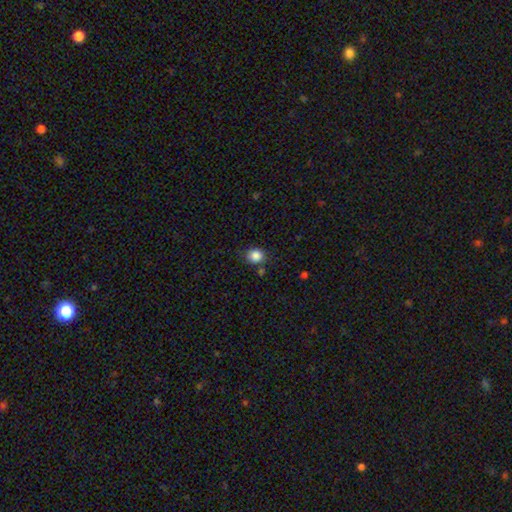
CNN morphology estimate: A smooth galaxy with no disk features (85%) that is round (78%). Merging: none (79%).